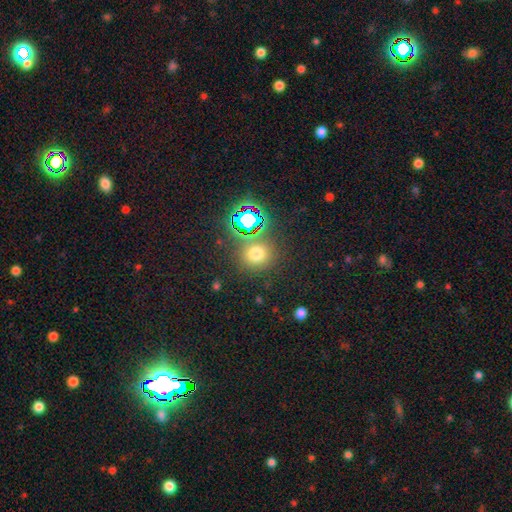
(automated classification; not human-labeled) The model was most divided on "smooth or featured": smooth: 63%, star or artifact: 28%, featured or disk: 8%. More confident: how rounded — round (85%); merging — none (79%).